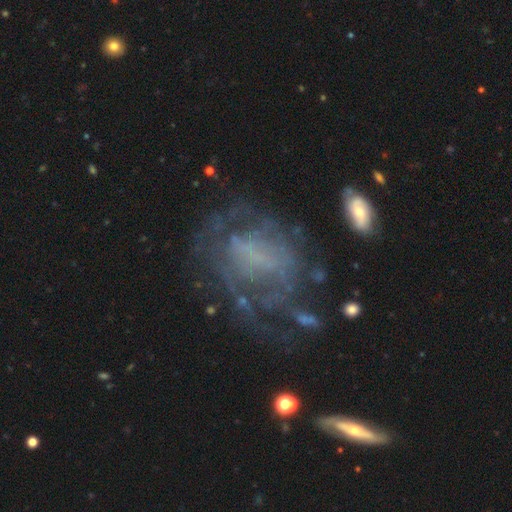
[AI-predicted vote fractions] Smooth or featured?
  - featured or disk: 68% *
  - smooth: 18%
  - star or artifact: 13%
Edge-on disk?
  - no: 96% *
  - yes: 4%
Bar?
  - no: 64% *
  - weak: 26%
  - strong: 9%
Spiral arms?
  - yes: 58% *
  - no: 42%
Bulge size?
  - none: 64% *
  - small: 18%
  - moderate: 11%
  - large: 6%
  - dominant: 2%
Merging?
  - none: 49% *
  - major disturbance: 28%
  - minor disturbance: 20%
  - merger: 4%